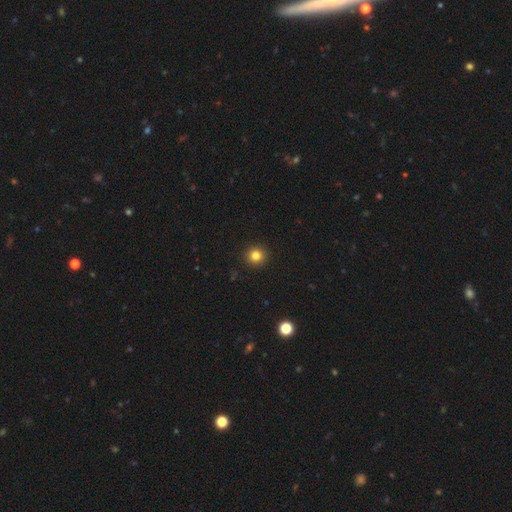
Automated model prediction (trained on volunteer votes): Overall: smooth (82%). How rounded: round (94%). Merging: none (93%).